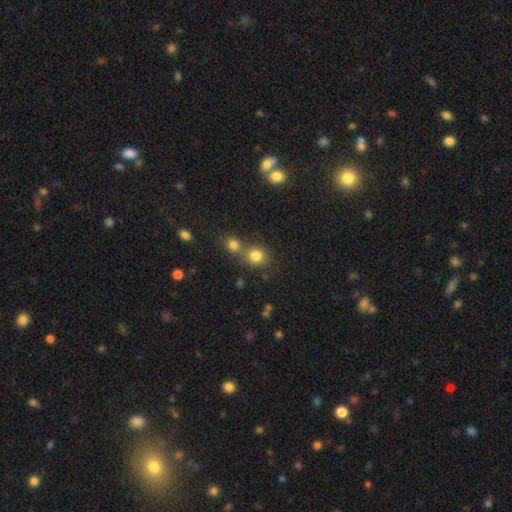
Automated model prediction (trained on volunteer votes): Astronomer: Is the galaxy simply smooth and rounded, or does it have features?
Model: smooth — 80%.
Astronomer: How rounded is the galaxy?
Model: round — 81%.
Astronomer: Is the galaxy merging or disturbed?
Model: none — 49% (runner-up: merger, 39%).